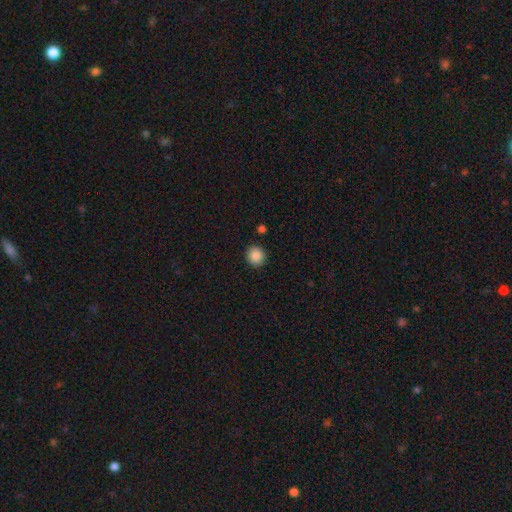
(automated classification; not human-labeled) The model was most divided on "smooth or featured": smooth: 88%, star or artifact: 9%, featured or disk: 3%. More confident: how rounded — round (90%); merging — none (90%).